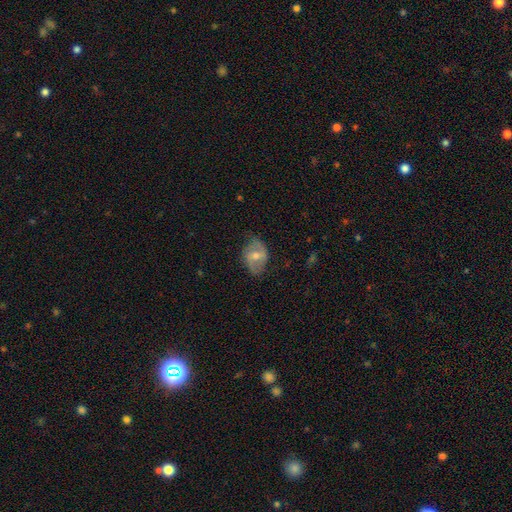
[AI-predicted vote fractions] smooth_or_featured: featured or disk (p=0.52) [alt: smooth p=0.41]
disk_edge_on: no (p=0.95) [alt: yes p=0.05]
merging: none (p=0.66) [alt: minor disturbance p=0.25]